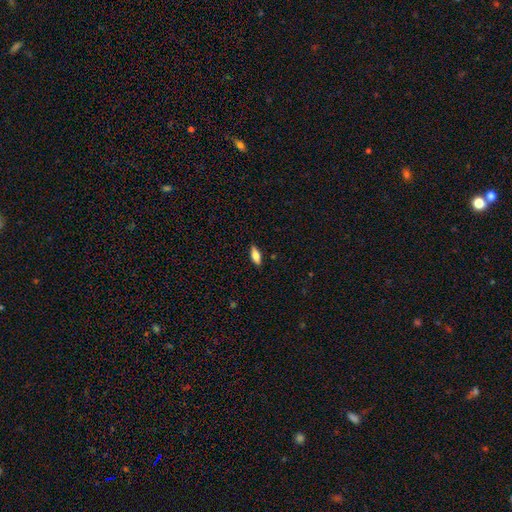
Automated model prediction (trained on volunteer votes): smooth 75%, featured or disk 18%, star or artifact 7%. Down the decision tree: how rounded — in between (76%); merging — none (88%).